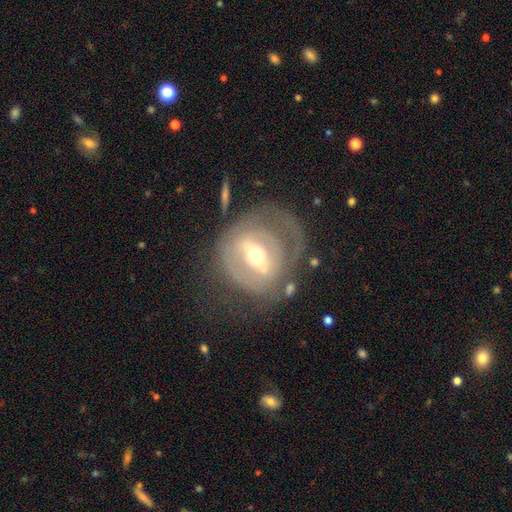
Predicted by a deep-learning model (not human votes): This appears to be a featured or disk galaxy (77%) with a strong bar (47%), spiral arms (64%) and a moderate central bulge (59%). Merging: none (56%).